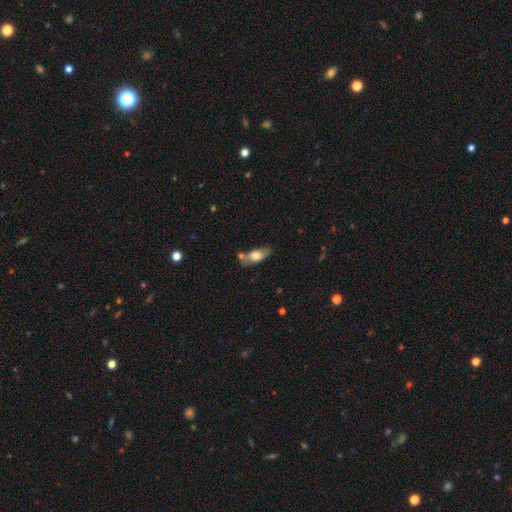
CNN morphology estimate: smooth 67%, featured or disk 26%, star or artifact 7%. Down the decision tree: how rounded — in between (81%); merging — none (54%).